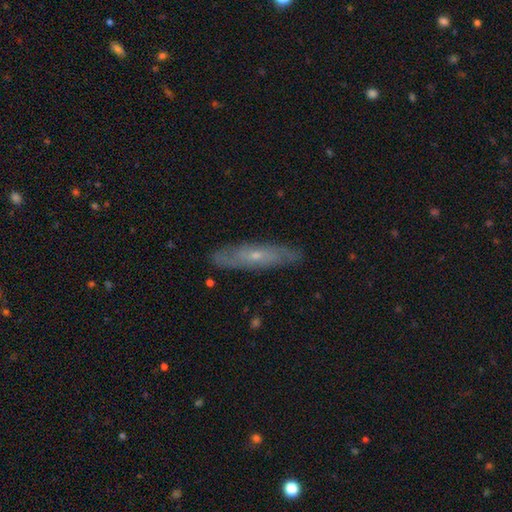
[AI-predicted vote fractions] featured or disk 63%, smooth 30%, star or artifact 7%. Down the decision tree: edge-on disk — no (54%); merging — none (84%).